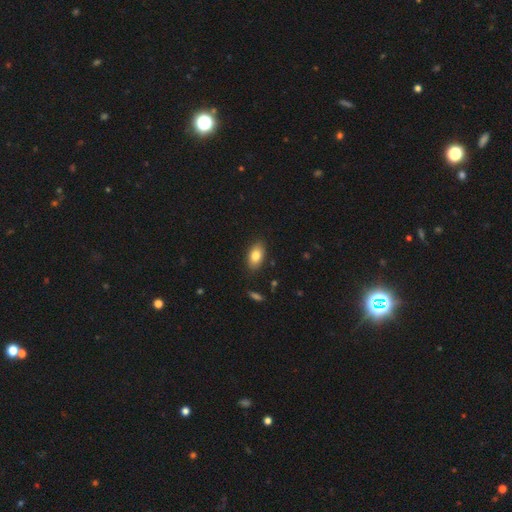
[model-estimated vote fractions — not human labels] smooth 81%, featured or disk 11%, star or artifact 7%. Down the decision tree: how rounded — in between (91%); merging — none (85%).